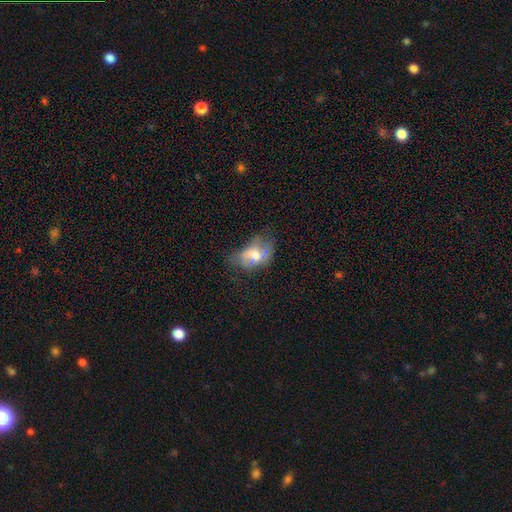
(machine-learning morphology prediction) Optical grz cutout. It shows a featured or disk galaxy (45%). Merging: none (34%).